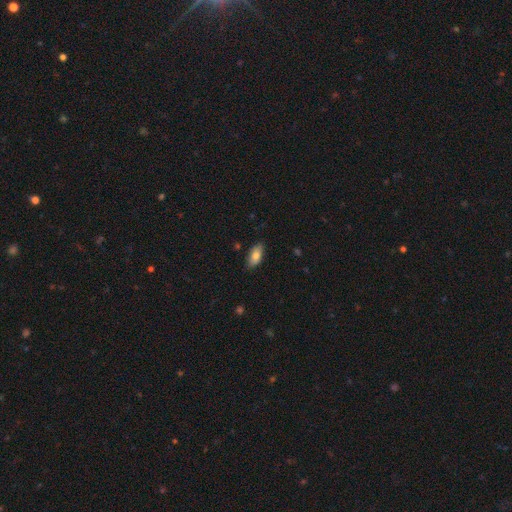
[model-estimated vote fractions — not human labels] Smooth or featured: smooth — 79% (featured or disk — 14%)
How rounded: in between — 87% (cigar-shaped — 10%)
Merging: none — 85% (minor disturbance — 12%)